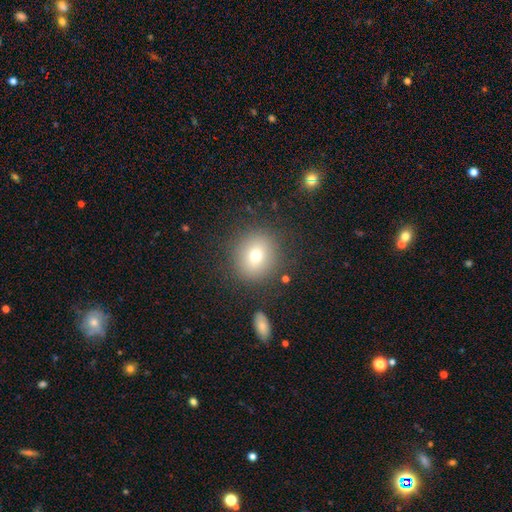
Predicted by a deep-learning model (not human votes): This is likely a smooth galaxy (72%). How rounded: clearly round (81%). Merging: clearly none (85%).